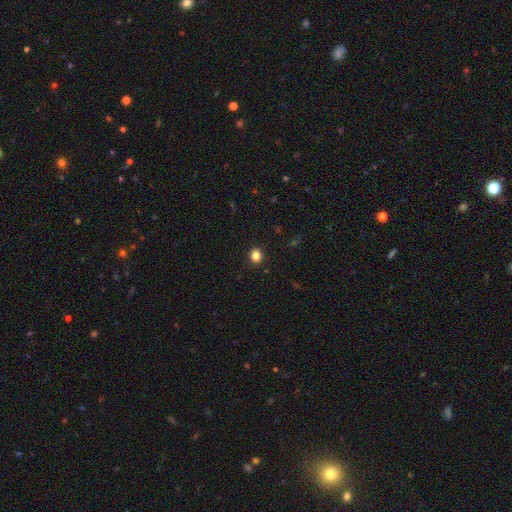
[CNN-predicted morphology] smooth-or-featured: smooth: 84% | star or artifact: 11% | featured or disk: 4%
  how-rounded: round: 72% | in between: 27% | cigar-shaped: 1%
  merging: none: 92% | minor disturbance: 6% | major disturbance: 2% | merger: 1%